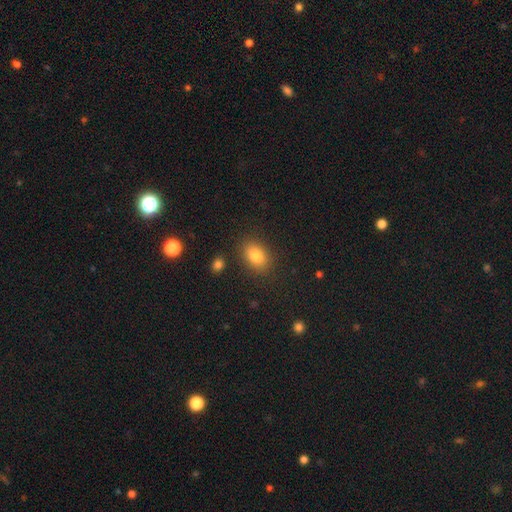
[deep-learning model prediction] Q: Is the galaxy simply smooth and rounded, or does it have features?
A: smooth — 81%.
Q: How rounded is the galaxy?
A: in between — 74%.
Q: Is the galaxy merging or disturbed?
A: none — 85%.